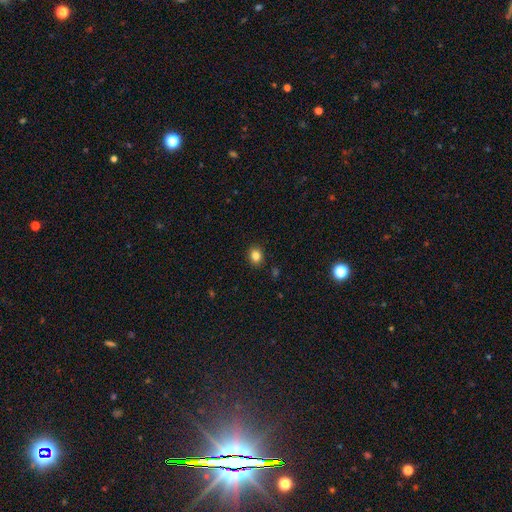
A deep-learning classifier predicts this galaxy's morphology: Q: Smooth or featured?
A: smooth (84%); runner-up: star or artifact (11%)
Q: How rounded?
A: round (65%); runner-up: in between (35%)
Q: Merging?
A: none (89%); runner-up: minor disturbance (8%)